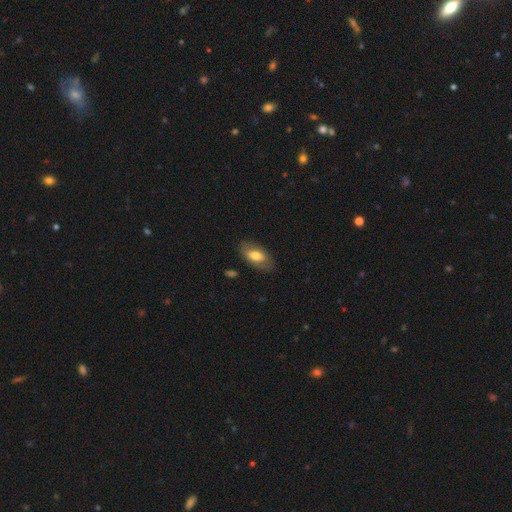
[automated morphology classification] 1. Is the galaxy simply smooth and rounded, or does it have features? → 64% smooth, 30% featured or disk, 6% star or artifact.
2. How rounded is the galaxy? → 91% in between, 5% cigar-shaped, 4% round.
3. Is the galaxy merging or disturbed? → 81% none, 14% minor disturbance, 4% major disturbance, 1% merger.